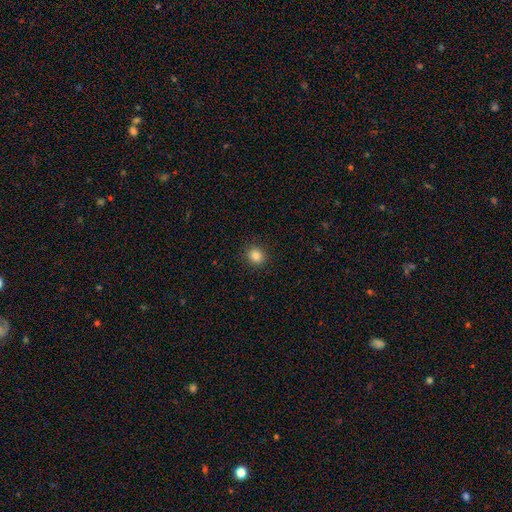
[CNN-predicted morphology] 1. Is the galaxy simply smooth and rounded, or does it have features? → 85% smooth, 11% star or artifact, 4% featured or disk.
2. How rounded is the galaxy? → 78% round, 21% in between, 1% cigar-shaped.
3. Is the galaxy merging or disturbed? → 91% none, 6% minor disturbance, 2% major disturbance, 1% merger.